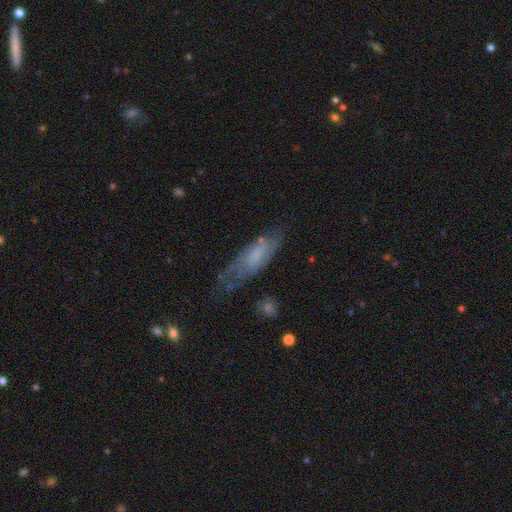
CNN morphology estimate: This appears to be a featured or disk galaxy (49%). Merging: none (55%).